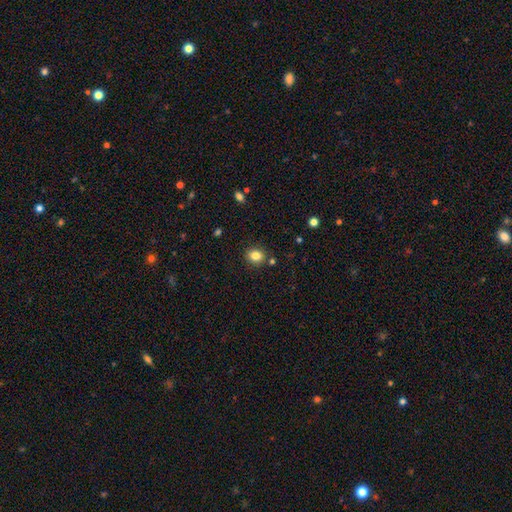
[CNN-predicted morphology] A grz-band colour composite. It shows a smooth galaxy with no disk features (83%) that is round (70%). Merging: none (85%).